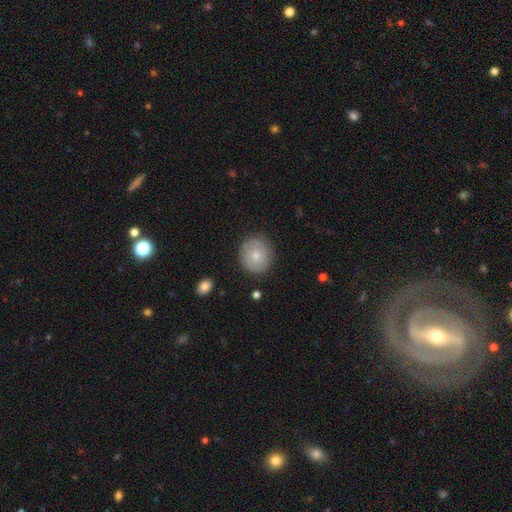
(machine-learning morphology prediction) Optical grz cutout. It shows a smooth galaxy with no disk features (54%) that is round (85%). Merging: none (85%).